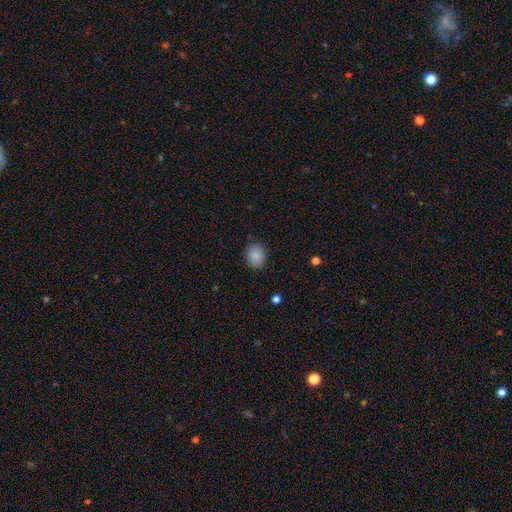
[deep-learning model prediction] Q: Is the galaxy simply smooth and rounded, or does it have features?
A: smooth — 87%.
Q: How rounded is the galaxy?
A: round — 54%.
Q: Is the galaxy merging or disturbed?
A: none — 84%.